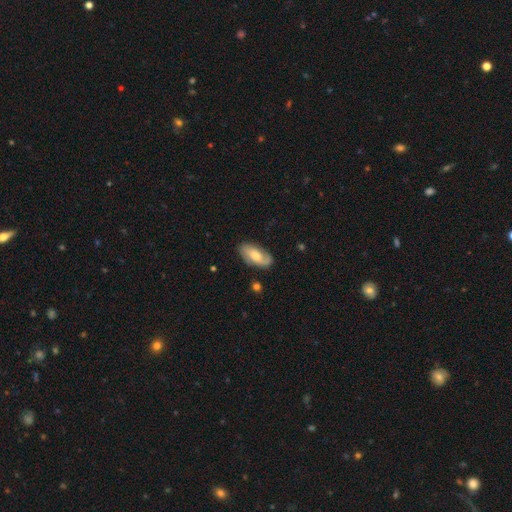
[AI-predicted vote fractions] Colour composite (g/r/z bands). It shows a featured or disk galaxy (52%). Merging: none (75%).